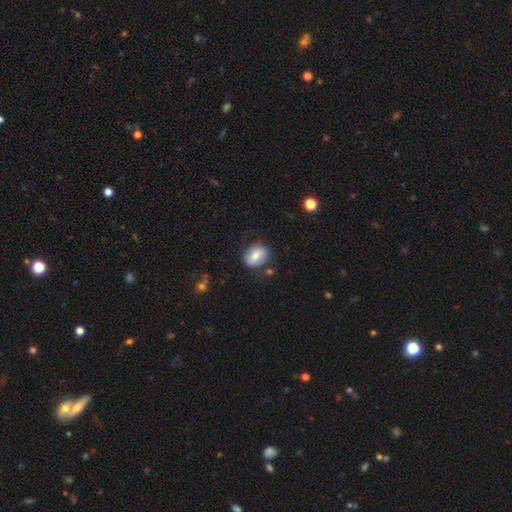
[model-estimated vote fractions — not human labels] The model was most divided on "how rounded": in between: 62%, round: 36%, cigar-shaped: 1%. More confident: merging — none (76%); smooth or featured — smooth (66%).